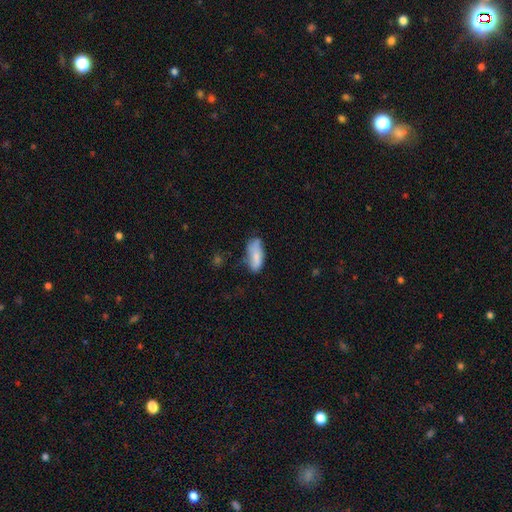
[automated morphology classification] The model was most divided on "merging": none: 54%, minor disturbance: 32%, major disturbance: 10%, merger: 4%. More confident: how rounded — in between (79%); smooth or featured — smooth (77%).